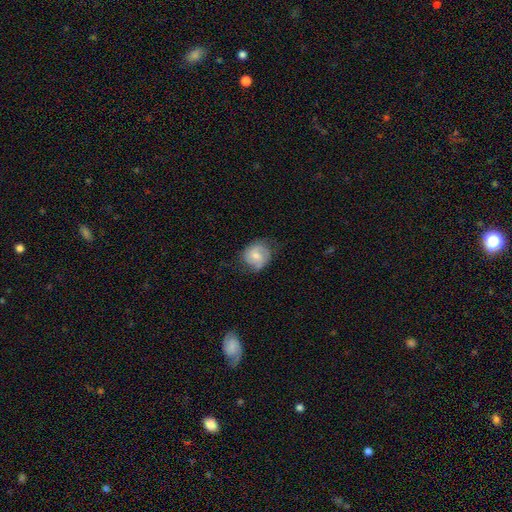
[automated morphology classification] smooth_or_featured: smooth (p=0.54) [alt: featured or disk p=0.39]
how_rounded: round (p=0.77) [alt: in between p=0.22]
merging: none (p=0.64) [alt: minor disturbance p=0.26]